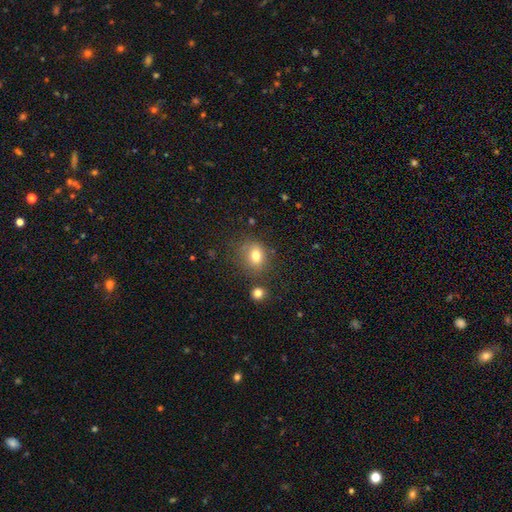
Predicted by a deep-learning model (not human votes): This is likely a smooth galaxy (78%). How rounded: possibly round (58%). Merging: likely none (71%).